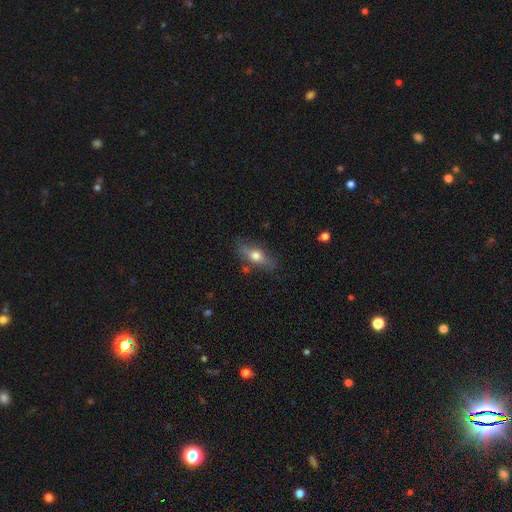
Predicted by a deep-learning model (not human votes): Smooth or featured? Predicted: smooth (p=0.58). How rounded? Predicted: in between (p=0.61). Merging? Predicted: none (p=0.78).